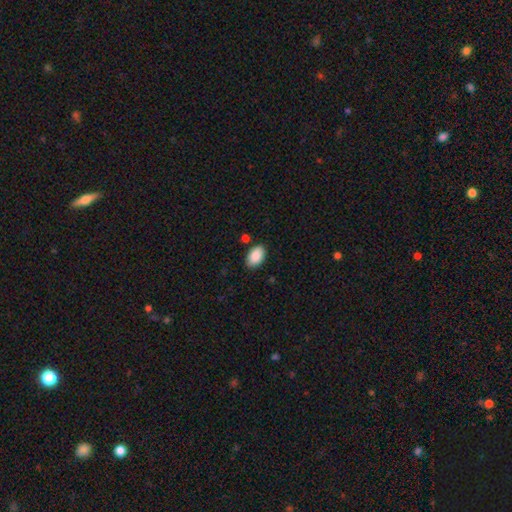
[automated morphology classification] Overall: smooth (89%). How rounded: in between (94%). Merging: none (84%).